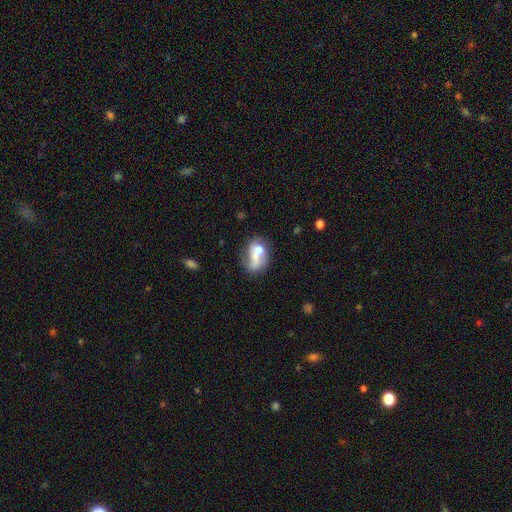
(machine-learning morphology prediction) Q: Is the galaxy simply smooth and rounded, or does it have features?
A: smooth — 56%.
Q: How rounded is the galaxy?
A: in between — 68%.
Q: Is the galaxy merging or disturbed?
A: merger — 43%.